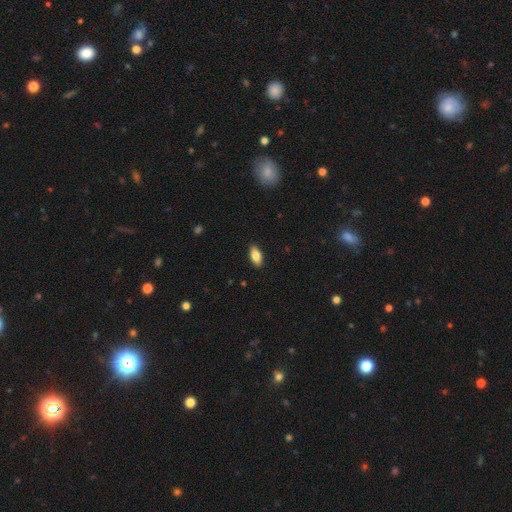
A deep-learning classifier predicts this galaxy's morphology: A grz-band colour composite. It shows a smooth galaxy with no disk features (82%) that is in between round and cigar-shaped (88%). Merging: none (90%).